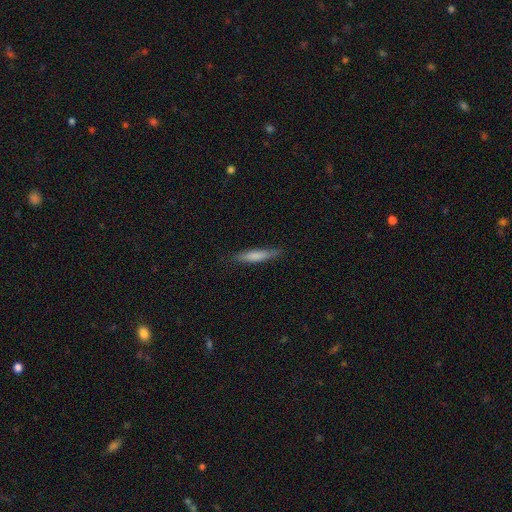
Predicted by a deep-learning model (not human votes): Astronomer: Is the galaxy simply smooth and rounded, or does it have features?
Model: smooth — 75%.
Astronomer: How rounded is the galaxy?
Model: cigar-shaped — 88%.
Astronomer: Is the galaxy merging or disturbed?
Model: none — 83%.